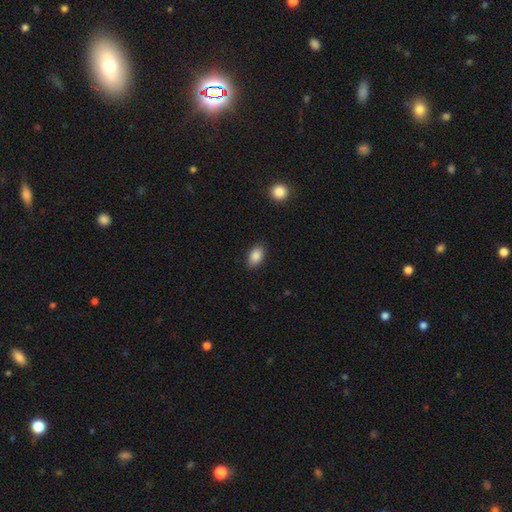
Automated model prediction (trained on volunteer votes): Morphology: type=smooth (88%); roundness=in between (89%); merging=none (87%).